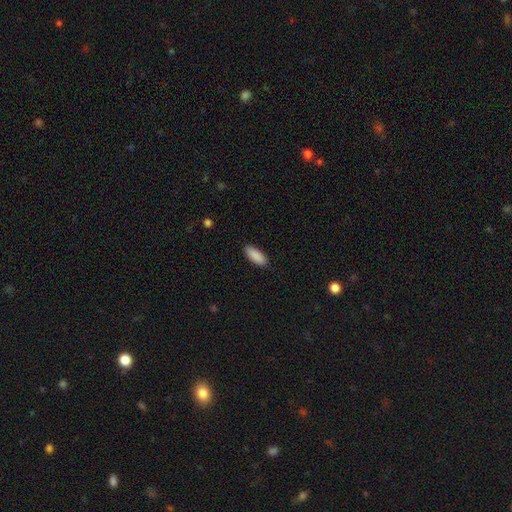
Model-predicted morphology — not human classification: smooth 91%, star or artifact 6%, featured or disk 3%. Down the decision tree: how rounded — in between (74%); merging — none (88%).